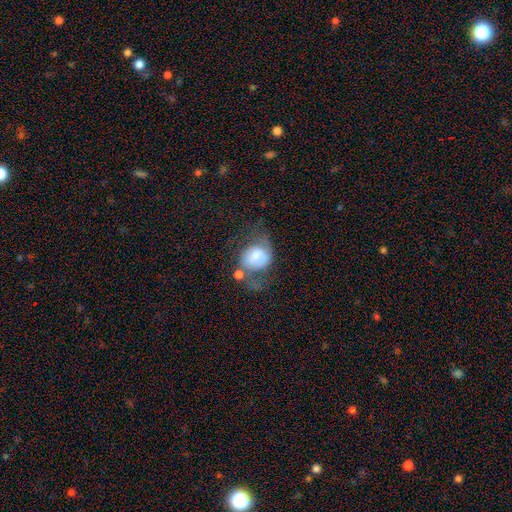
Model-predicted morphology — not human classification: The model was most divided on "merging": major disturbance: 30%, none: 28%, minor disturbance: 21%, merger: 20%. More confident: smooth or featured — smooth (61%); how rounded — round (59%).